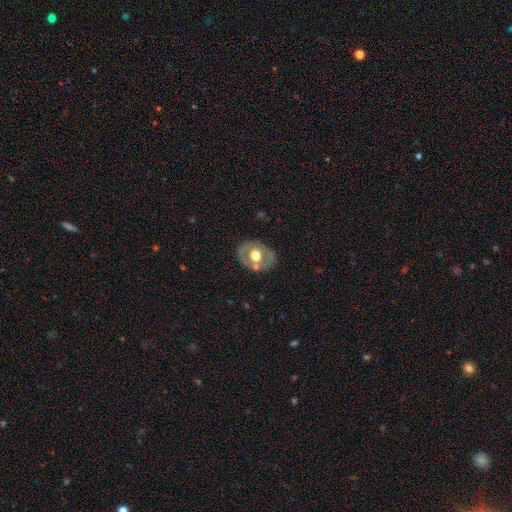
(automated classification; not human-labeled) smooth-or-featured: featured or disk: 54% | smooth: 40% | star or artifact: 6%
  disk-edge-on: no: 93% | yes: 7%
  merging: none: 75% | minor disturbance: 15% | merger: 5% | major disturbance: 5%